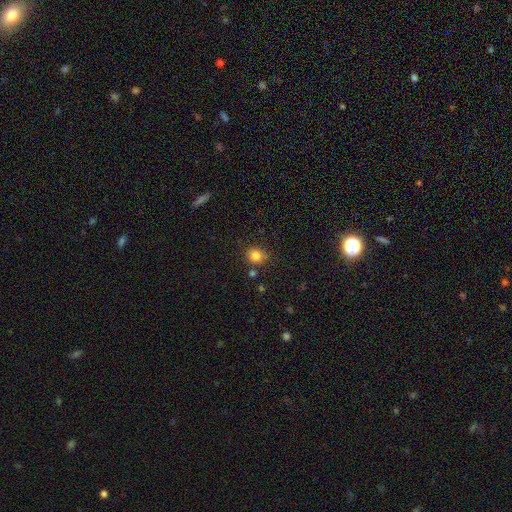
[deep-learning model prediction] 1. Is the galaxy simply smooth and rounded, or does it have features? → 83% smooth, 12% star or artifact, 5% featured or disk.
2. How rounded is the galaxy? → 81% round, 18% in between, 1% cigar-shaped.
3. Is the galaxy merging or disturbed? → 80% none, 11% minor disturbance, 6% merger, 3% major disturbance.